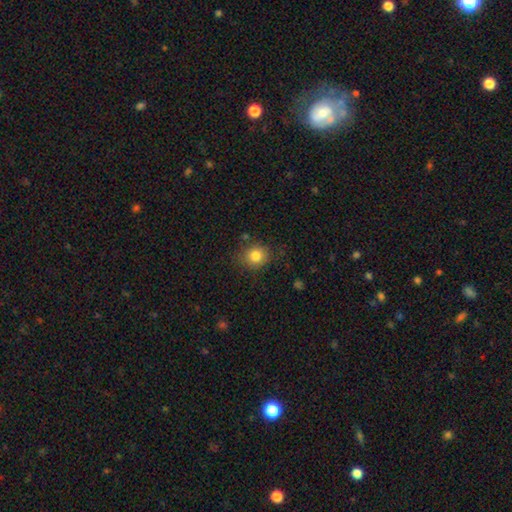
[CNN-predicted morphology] smooth_or_featured: smooth (p=0.82) [alt: star or artifact p=0.11]
how_rounded: round (p=0.79) [alt: in between p=0.20]
merging: none (p=0.82) [alt: minor disturbance p=0.12]